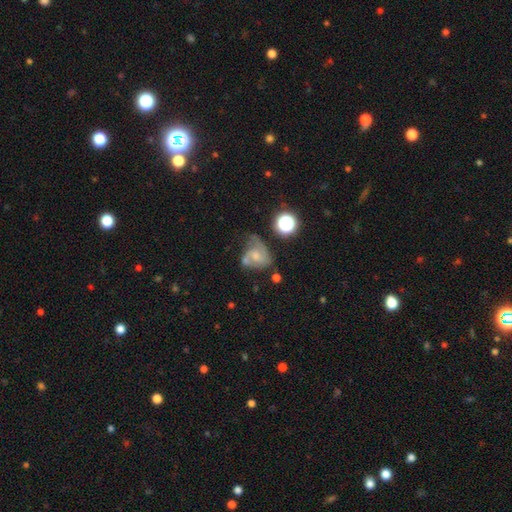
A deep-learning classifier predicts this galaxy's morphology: Smooth or featured? featured or disk (57%)
Edge-on disk? no (97%)
Bar? no (63%)
Spiral arms? yes (77%)
Bulge size? moderate (42%)
Merging? none (30%)